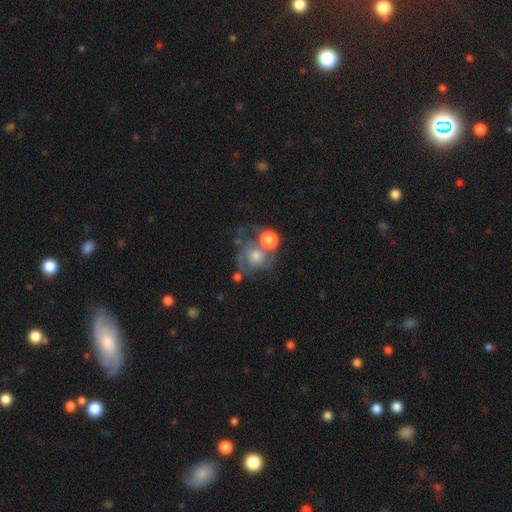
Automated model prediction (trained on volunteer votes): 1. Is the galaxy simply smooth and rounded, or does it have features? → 50% featured or disk, 37% smooth, 13% star or artifact.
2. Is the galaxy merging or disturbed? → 40% none, 27% merger, 17% major disturbance, 17% minor disturbance.